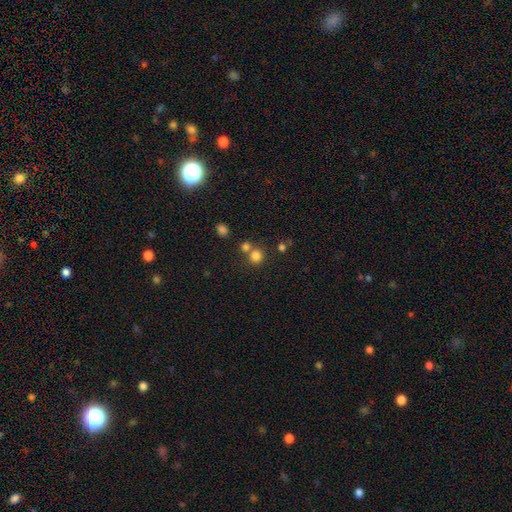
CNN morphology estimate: Smooth or featured: smooth — 79% (star or artifact — 15%)
How rounded: round — 86% (in between — 13%)
Merging: none — 62% (merger — 27%)